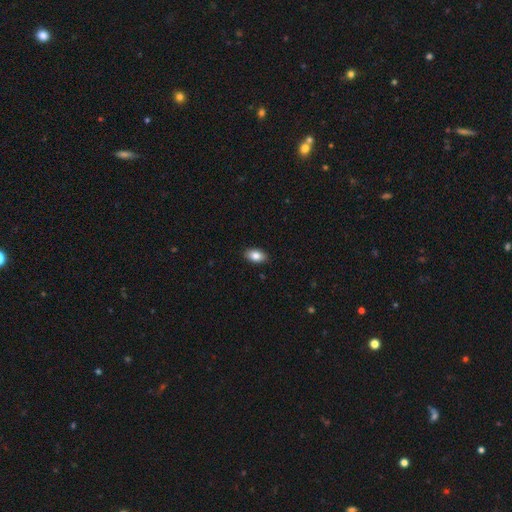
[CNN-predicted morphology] Smooth or featured? Predicted: smooth (p=0.84). How rounded? Predicted: in between (p=0.91). Merging? Predicted: none (p=0.89).